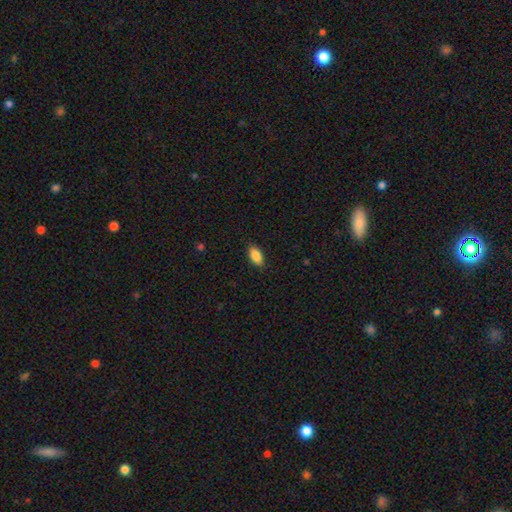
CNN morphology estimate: smooth 87%, star or artifact 7%, featured or disk 6%. Down the decision tree: how rounded — in between (91%); merging — none (88%).